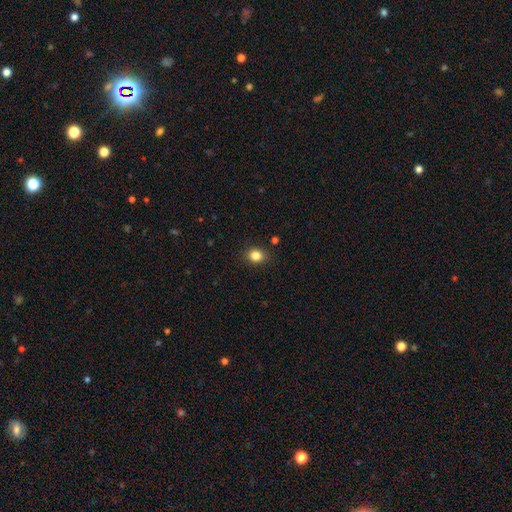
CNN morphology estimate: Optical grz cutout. It shows a smooth galaxy with no disk features (83%) that is round (61%). Merging: none (87%).